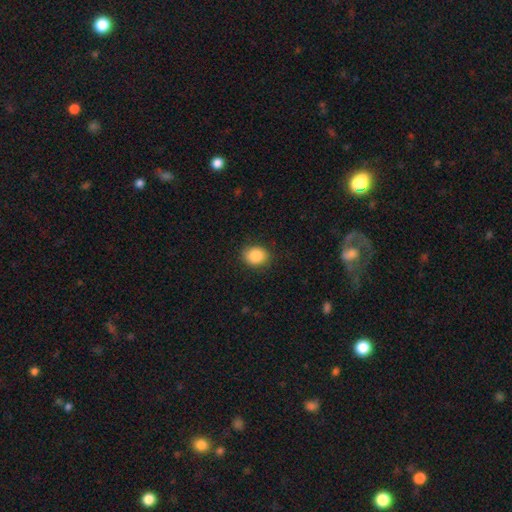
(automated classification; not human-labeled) Smooth or featured? smooth (88%)
How rounded? round (58%)
Merging? none (86%)